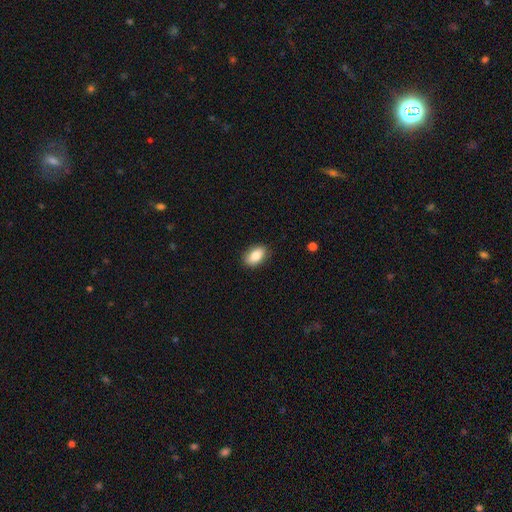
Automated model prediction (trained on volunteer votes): smooth-or-featured: smooth: 84% | featured or disk: 8% | star or artifact: 7%
  how-rounded: in between: 89% | round: 9% | cigar-shaped: 2%
  merging: none: 87% | minor disturbance: 10% | major disturbance: 2% | merger: 1%